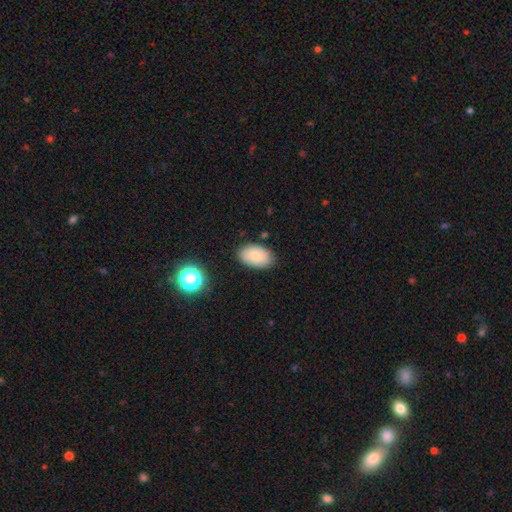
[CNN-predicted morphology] Smooth or featured?
  - smooth: 82% *
  - featured or disk: 10%
  - star or artifact: 8%
How rounded?
  - in between: 92% *
  - round: 7%
  - cigar-shaped: 1%
Merging?
  - none: 84% *
  - minor disturbance: 12%
  - major disturbance: 3%
  - merger: 2%